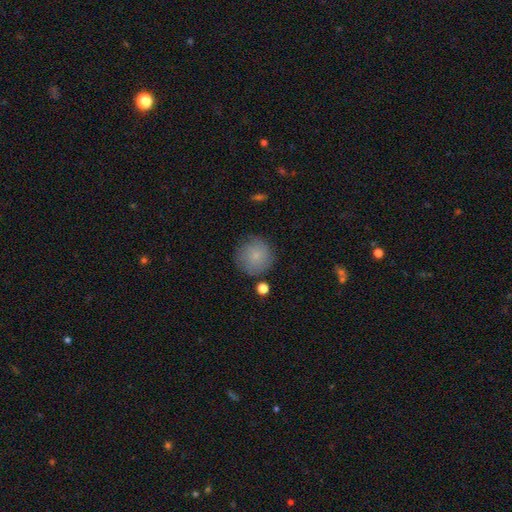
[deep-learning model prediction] Overall: smooth (74%). How rounded: round (93%). Merging: none (77%).